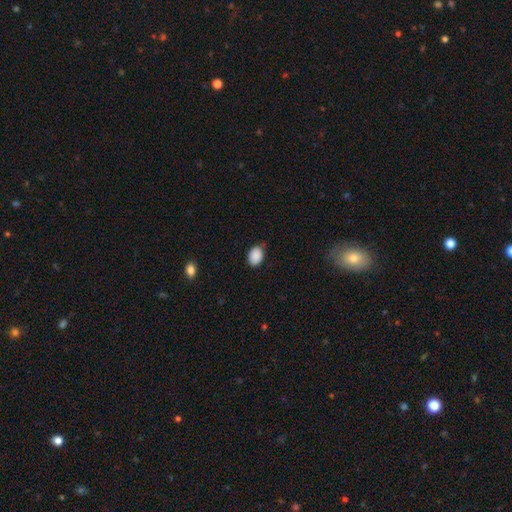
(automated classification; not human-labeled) Smooth or featured? smooth (90%)
How rounded? in between (78%)
Merging? none (78%)